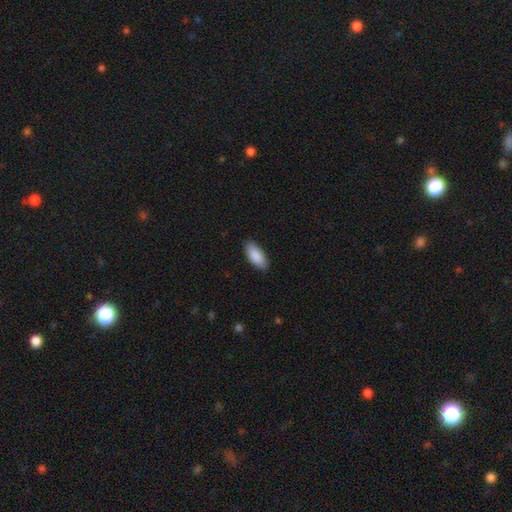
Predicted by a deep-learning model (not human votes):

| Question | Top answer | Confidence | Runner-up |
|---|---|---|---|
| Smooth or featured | smooth | 89% | star or artifact (5%) |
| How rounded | in between | 89% | cigar-shaped (9%) |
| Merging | none | 88% | minor disturbance (10%) |